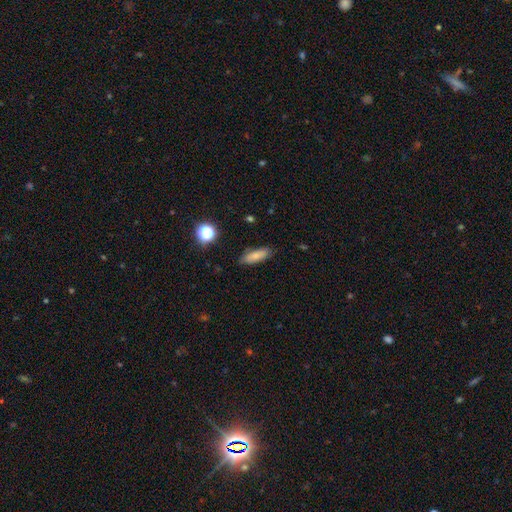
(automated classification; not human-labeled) A smooth galaxy with no disk features (79%) that is in between round and cigar-shaped (55%). Merging: none (84%).